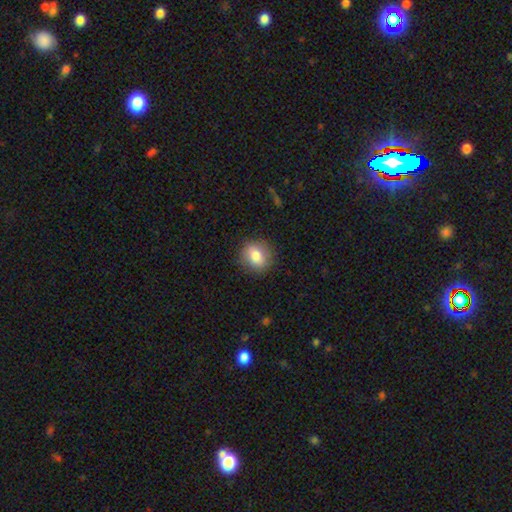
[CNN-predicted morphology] Smooth or featured? Predicted: smooth (p=0.79). How rounded? Predicted: round (p=0.72). Merging? Predicted: none (p=0.86).